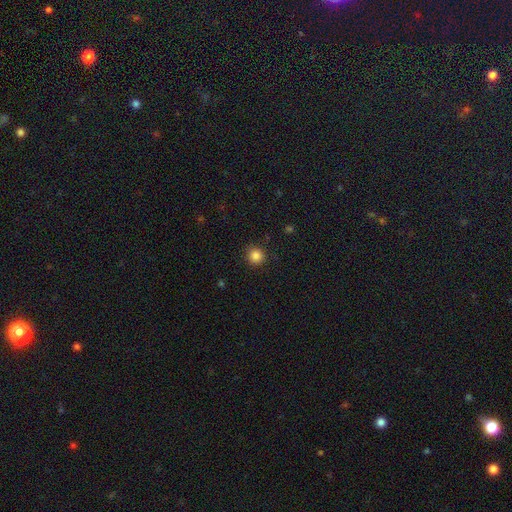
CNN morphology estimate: This appears to be a smooth galaxy with no disk features (85%) that is round (94%). Merging: none (90%).